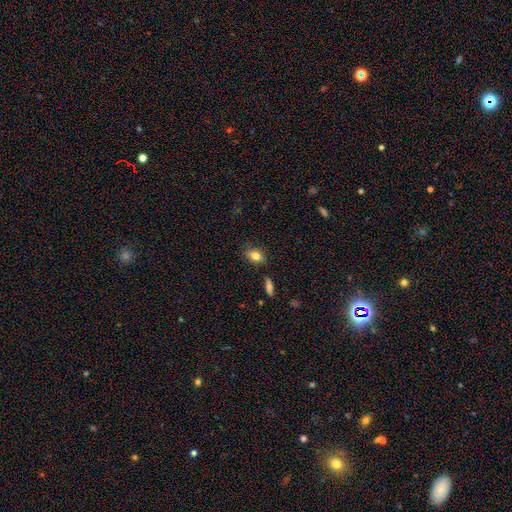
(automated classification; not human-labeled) A smooth galaxy with no disk features (81%) that is in between round and cigar-shaped (77%). Merging: none (81%).